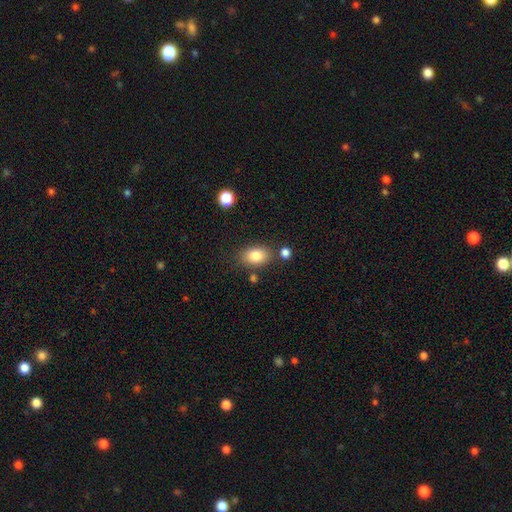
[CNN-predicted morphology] smooth-or-featured: smooth: 81% | featured or disk: 10% | star or artifact: 9%
  how-rounded: in between: 83% | round: 16% | cigar-shaped: 1%
  merging: none: 77% | minor disturbance: 13% | merger: 7% | major disturbance: 4%